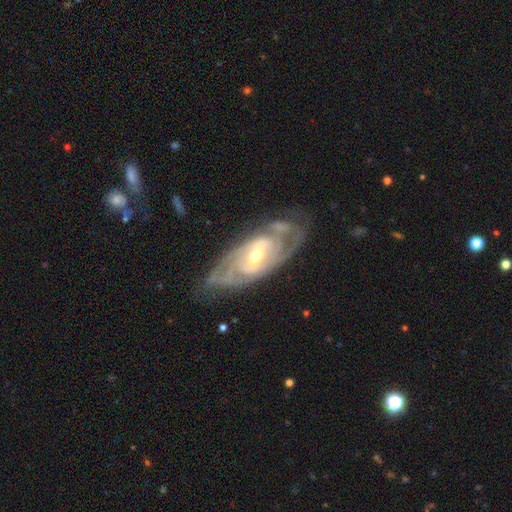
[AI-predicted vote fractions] A featured or disk galaxy (88%) with a weak bar (42%), 2 (42%) tight (59%) spiral arms (94%) and a small central bulge (50%).

Vote fractions:
- Smooth or featured? featured or disk: 88% / smooth: 7% / star or artifact: 5%
- Edge-on disk? no: 92% / yes: 8%
- Bar? weak: 42% / strong: 40% / no: 18%
- Spiral arms? yes: 94% / no: 6%
- Spiral winding? tight: 59% / medium: 33% / loose: 8%
- Spiral arm count? 2: 42% / can't tell: 28% / 3: 16% / 4: 7% / more than 4: 4% / 1: 4%
- Bulge size? small: 50% / moderate: 46% / large: 2% / none: 1% / dominant: 1%
- Merging? none: 70% / minor disturbance: 19% / major disturbance: 8% / merger: 2%